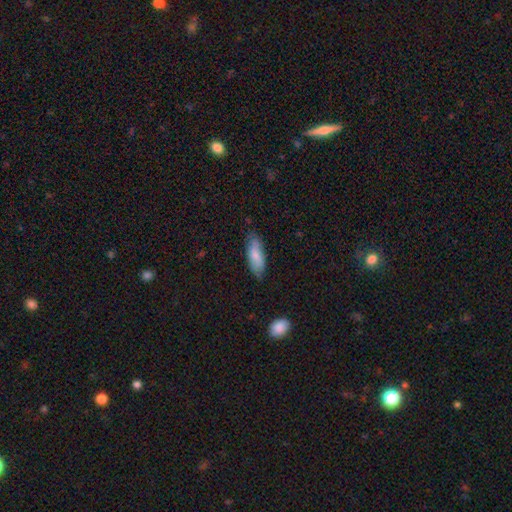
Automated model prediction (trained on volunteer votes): This is likely a smooth galaxy (77%). How rounded: likely in between (71%). Merging: likely none (74%).